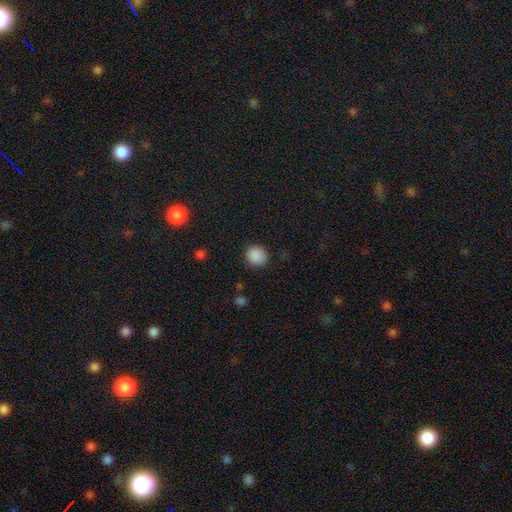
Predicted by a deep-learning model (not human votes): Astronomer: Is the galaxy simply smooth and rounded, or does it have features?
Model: smooth — 88%.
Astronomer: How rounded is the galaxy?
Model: round — 84%.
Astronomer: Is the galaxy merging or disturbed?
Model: none — 87%.